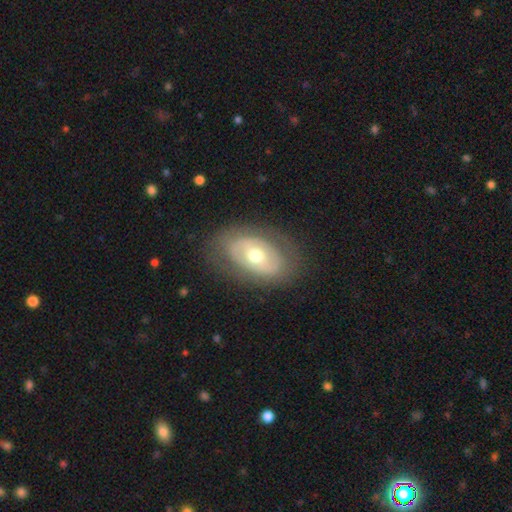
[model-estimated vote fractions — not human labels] smooth-or-featured: featured or disk: 56% | smooth: 38% | star or artifact: 6%
  disk-edge-on: no: 91% | yes: 9%
    bar: no: 78% | weak: 15% | strong: 7%
    has-spiral-arms: no: 77% | yes: 23%
    bulge-size: moderate: 72% | small: 18% | large: 7% | dominant: 1% | none: 1%
  merging: none: 79% | minor disturbance: 14% | major disturbance: 6% | merger: 1%